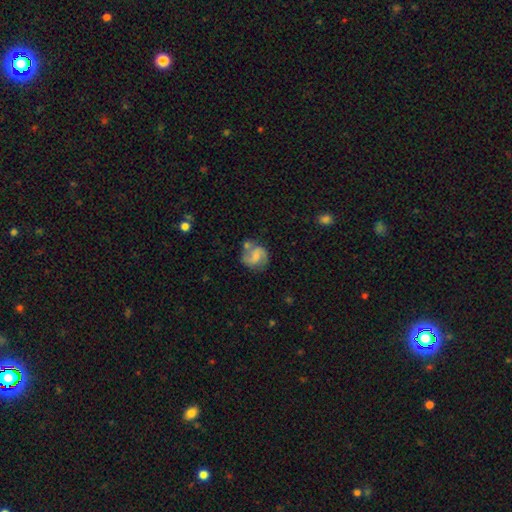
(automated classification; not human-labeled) Morphology: type=featured or disk (58%); edge-on=no (98%); bar=weak (48%); spiral arms=yes (85%); bulge=small (42%); merging=none (54%).